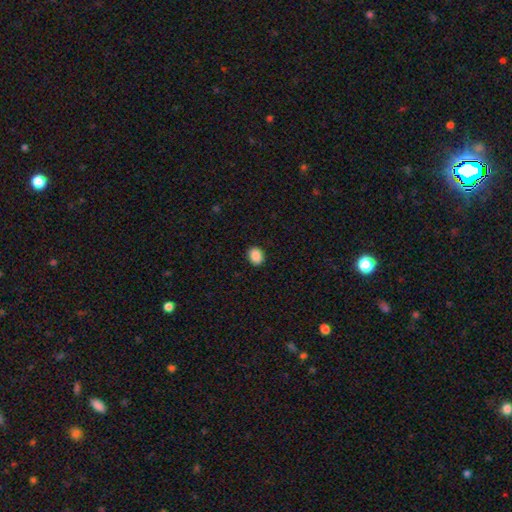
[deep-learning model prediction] Overall: smooth (89%). How rounded: in between (58%; round 41%). Merging: none (90%).